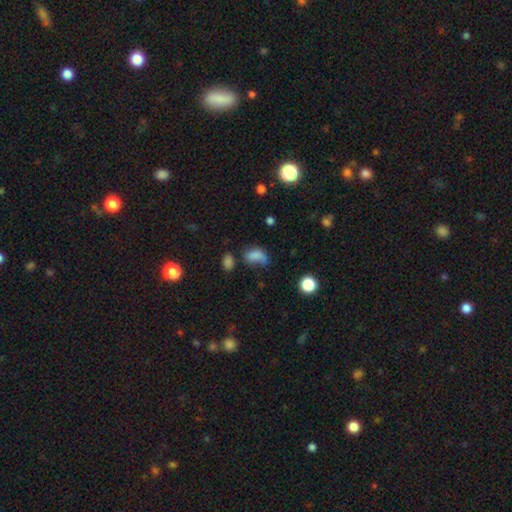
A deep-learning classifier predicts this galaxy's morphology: This is likely a smooth galaxy (75%). How rounded: clearly in between (84%). Merging: marginally none (36%).